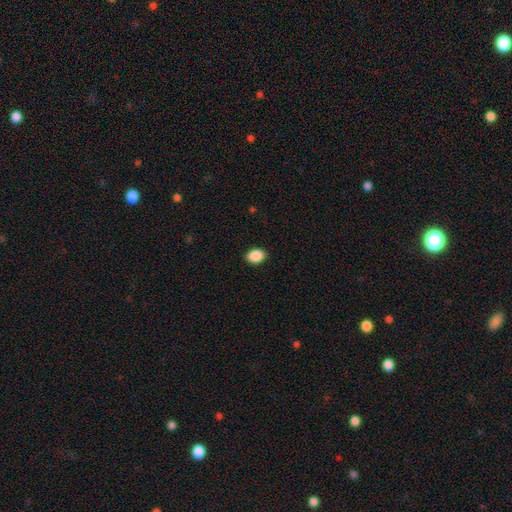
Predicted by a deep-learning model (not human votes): Morphology: type=smooth (89%); roundness=in between (68%); merging=none (90%).